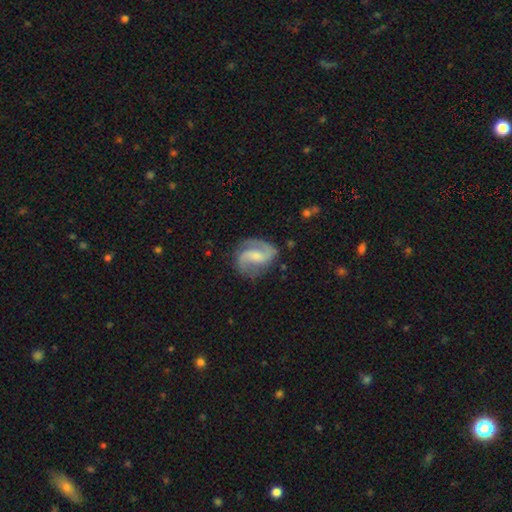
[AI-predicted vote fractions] Smooth or featured? Predicted: featured or disk (p=0.85). Edge-on disk? Predicted: no (p=0.98). Bar? Predicted: weak (p=0.49). Spiral arms? Predicted: yes (p=0.97). Spiral winding? Predicted: medium (p=0.53). Spiral arm count? Predicted: 2 (p=0.90). Bulge size? Predicted: small (p=0.42). Merging? Predicted: none (p=0.74).